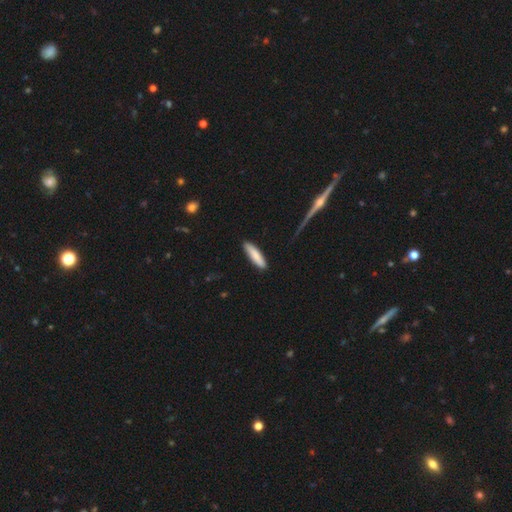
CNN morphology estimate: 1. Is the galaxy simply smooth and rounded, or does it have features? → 83% smooth, 11% featured or disk, 6% star or artifact.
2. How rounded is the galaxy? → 76% cigar-shaped, 22% in between, 1% round.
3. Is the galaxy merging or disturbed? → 87% none, 9% minor disturbance, 2% major disturbance, 1% merger.